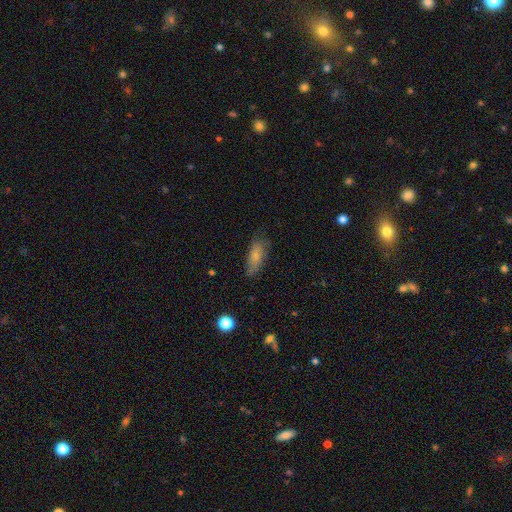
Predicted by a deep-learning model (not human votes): Q: Smooth or featured?
A: smooth (77%); runner-up: featured or disk (16%)
Q: How rounded?
A: in between (78%); runner-up: cigar-shaped (20%)
Q: Merging?
A: none (68%); runner-up: minor disturbance (24%)